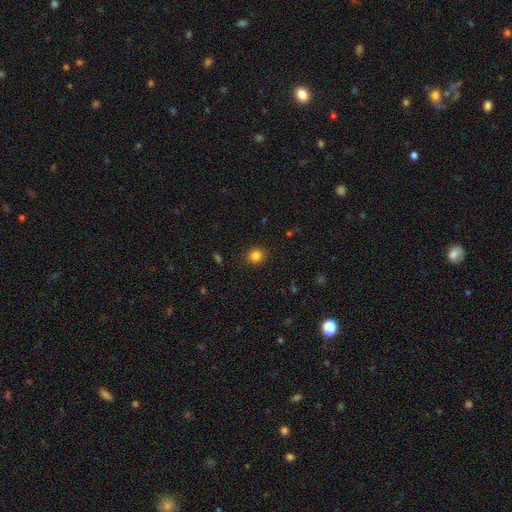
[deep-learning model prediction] The model was most divided on "smooth or featured": smooth: 84%, star or artifact: 12%, featured or disk: 5%. More confident: merging — none (90%); how rounded — round (86%).